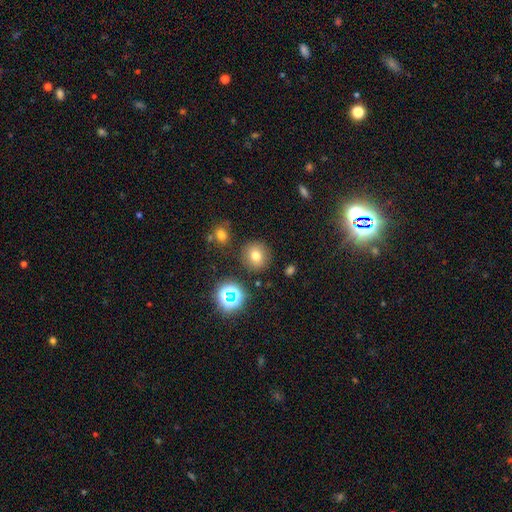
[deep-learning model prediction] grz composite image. It shows a smooth galaxy with no disk features (72%) that is round (91%). Merging: none (86%).